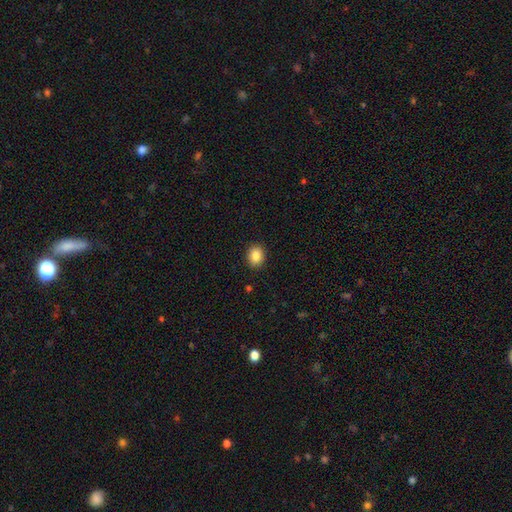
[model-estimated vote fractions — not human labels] Smooth or featured? Predicted: smooth (p=0.85). How rounded? Predicted: round (p=0.54). Merging? Predicted: none (p=0.91).